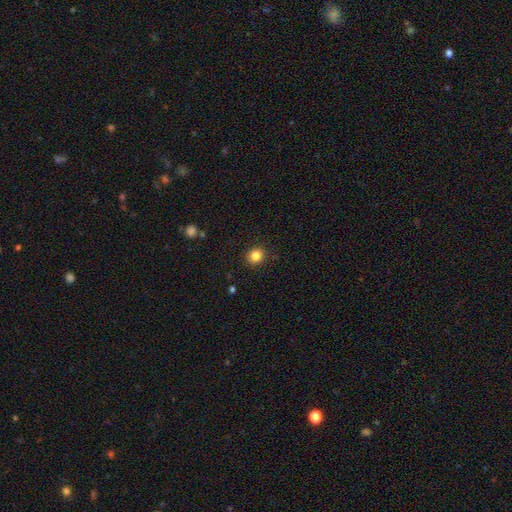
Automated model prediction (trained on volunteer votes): This is clearly a smooth galaxy (84%). How rounded: clearly round (82%). Merging: clearly none (90%).